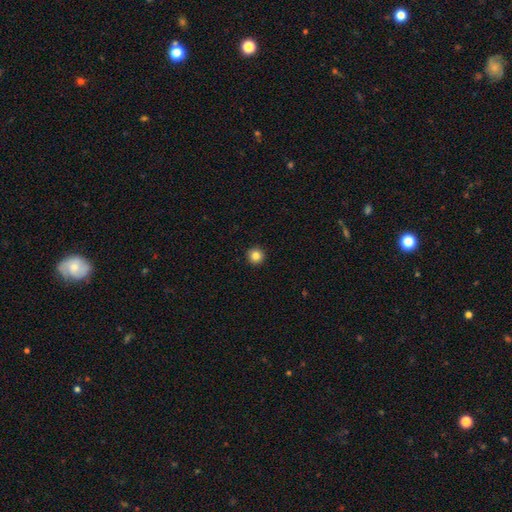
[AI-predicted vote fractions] smooth 84%, star or artifact 11%, featured or disk 5%. Down the decision tree: how rounded — round (96%); merging — none (93%).